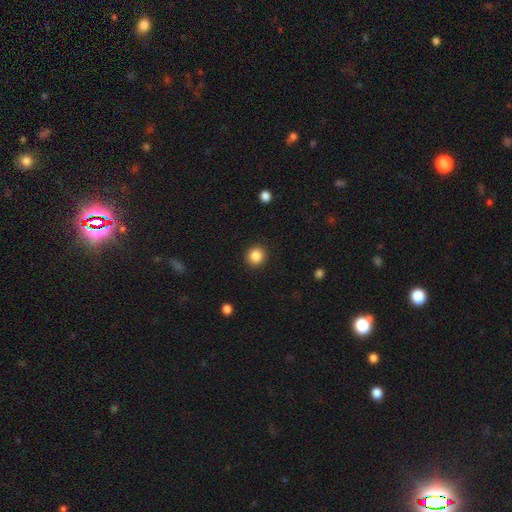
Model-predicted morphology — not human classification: Smooth or featured?
  - smooth: 87% *
  - star or artifact: 10%
  - featured or disk: 4%
How rounded?
  - round: 88% *
  - in between: 11%
  - cigar-shaped: 1%
Merging?
  - none: 91% *
  - minor disturbance: 6%
  - major disturbance: 2%
  - merger: 1%